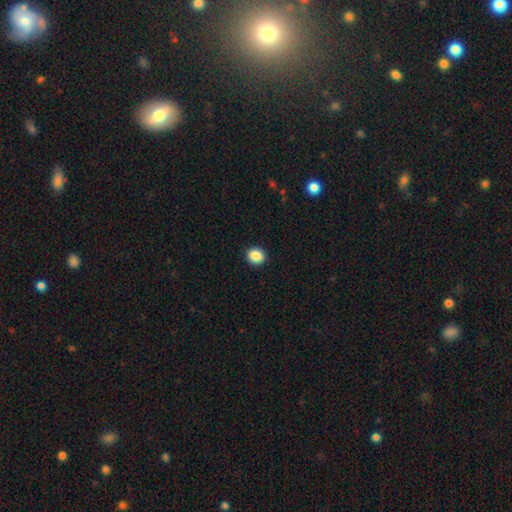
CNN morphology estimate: Smooth or featured? Predicted: smooth (p=0.88). How rounded? Predicted: round (p=0.71). Merging? Predicted: none (p=0.91).